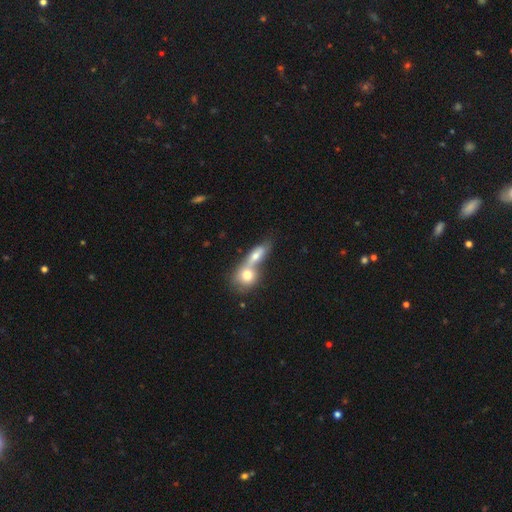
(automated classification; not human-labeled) smooth_or_featured: smooth (p=0.69) [alt: featured or disk p=0.24]
how_rounded: in between (p=0.59) [alt: round p=0.25]
merging: merger (p=0.73) [alt: none p=0.18]